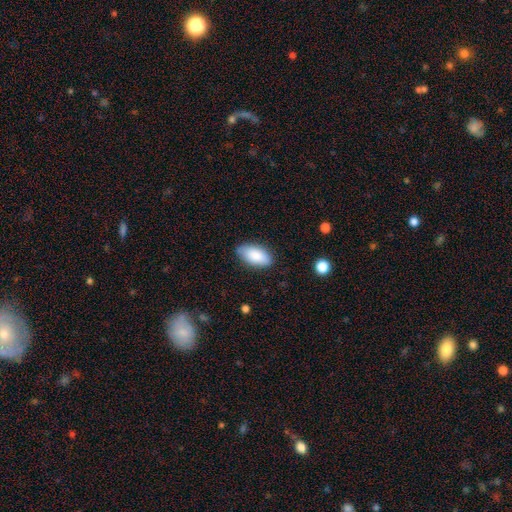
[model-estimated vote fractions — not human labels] smooth-or-featured: smooth: 86% | featured or disk: 7% | star or artifact: 6%
  how-rounded: in between: 93% | cigar-shaped: 4% | round: 2%
  merging: none: 83% | minor disturbance: 13% | major disturbance: 3% | merger: 1%